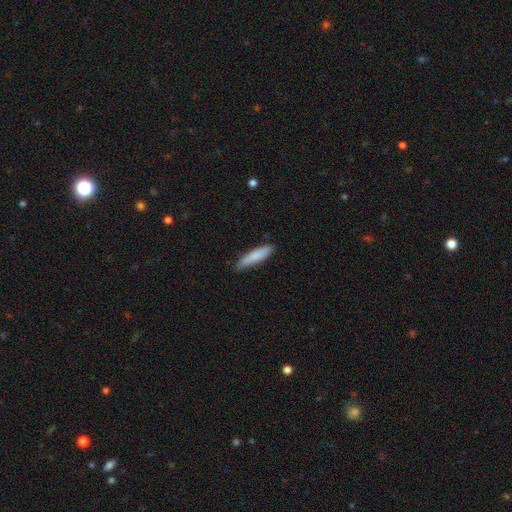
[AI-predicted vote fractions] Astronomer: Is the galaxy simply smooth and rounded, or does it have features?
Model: smooth — 82%.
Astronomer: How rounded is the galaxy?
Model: cigar-shaped — 79%.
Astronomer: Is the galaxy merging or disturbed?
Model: none — 83%.